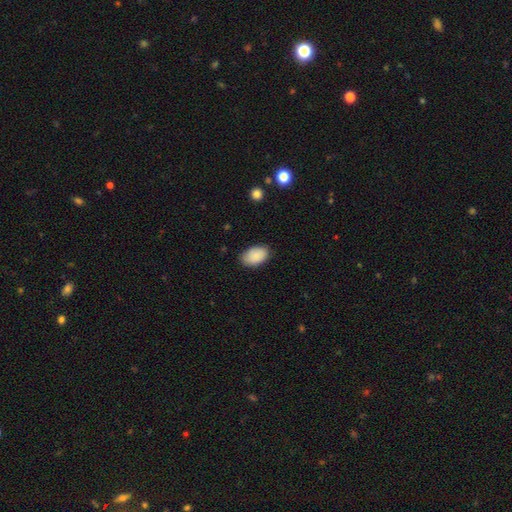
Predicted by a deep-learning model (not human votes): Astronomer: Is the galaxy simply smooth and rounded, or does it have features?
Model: smooth — 88%.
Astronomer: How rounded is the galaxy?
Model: in between — 91%.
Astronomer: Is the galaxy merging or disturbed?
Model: none — 83%.